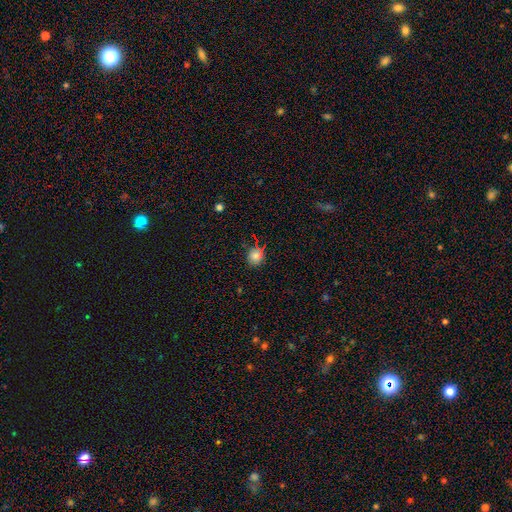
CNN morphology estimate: Overall: smooth (74%). How rounded: round (81%). Merging: none (78%).